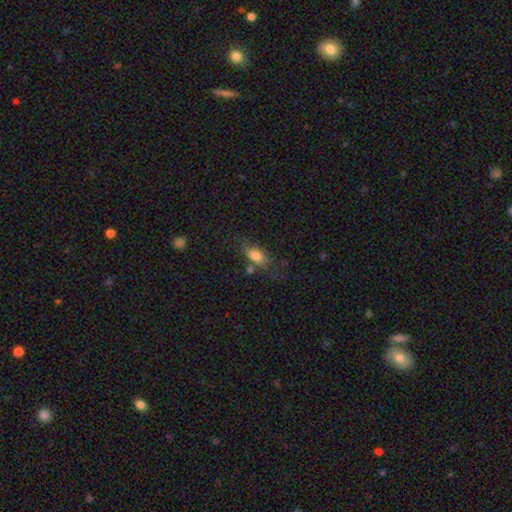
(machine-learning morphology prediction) smooth_or_featured: smooth (p=0.77) [alt: featured or disk p=0.15]
how_rounded: in between (p=0.82) [alt: cigar-shaped p=0.10]
merging: none (p=0.53) [alt: minor disturbance p=0.25]